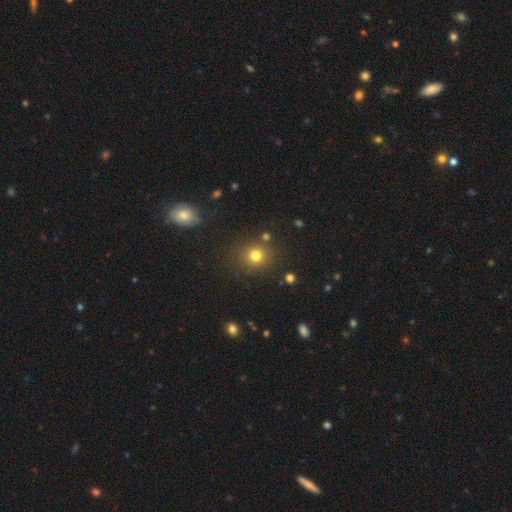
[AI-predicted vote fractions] smooth 76%, star or artifact 17%, featured or disk 7%. Down the decision tree: how rounded — round (87%); merging — none (83%).